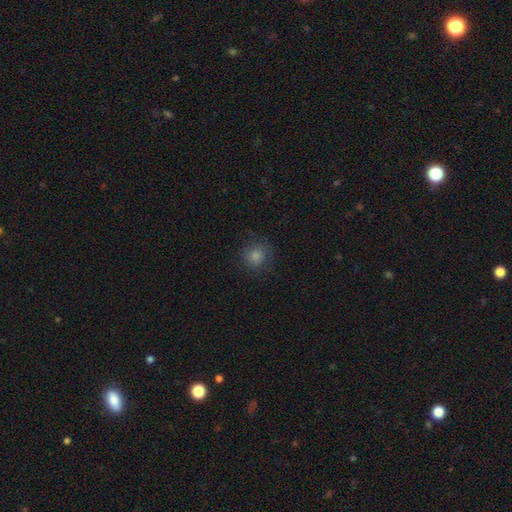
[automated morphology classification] This appears to be a smooth galaxy with no disk features (74%) that is round (90%). Merging: none (84%).